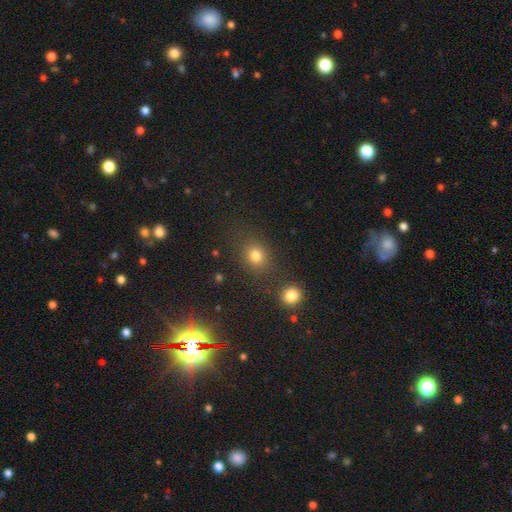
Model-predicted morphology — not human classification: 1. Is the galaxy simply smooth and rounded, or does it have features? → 78% smooth, 16% star or artifact, 6% featured or disk.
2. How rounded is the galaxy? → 74% round, 25% in between, 1% cigar-shaped.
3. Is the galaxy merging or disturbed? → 77% none, 10% minor disturbance, 8% merger, 5% major disturbance.